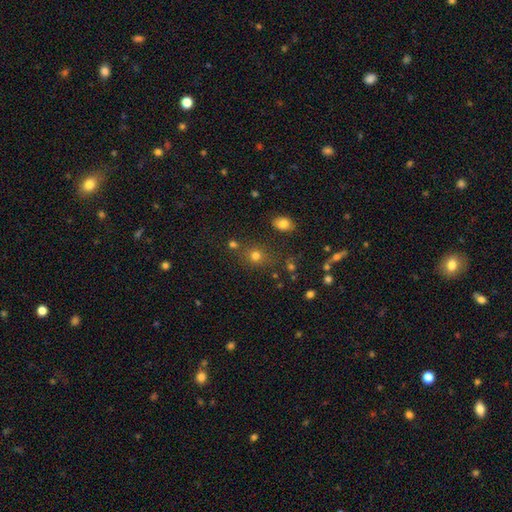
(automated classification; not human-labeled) This is likely a smooth galaxy (72%). How rounded: likely round (75%). Merging: likely none (72%).